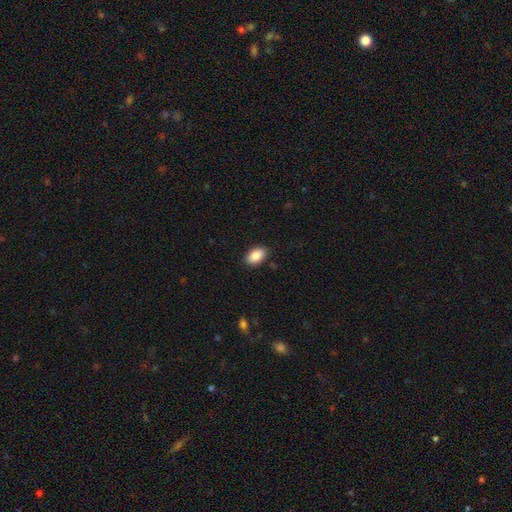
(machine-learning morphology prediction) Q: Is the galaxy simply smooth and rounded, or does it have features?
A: smooth — 88%.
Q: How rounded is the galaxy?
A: in between — 90%.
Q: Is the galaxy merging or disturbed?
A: none — 88%.